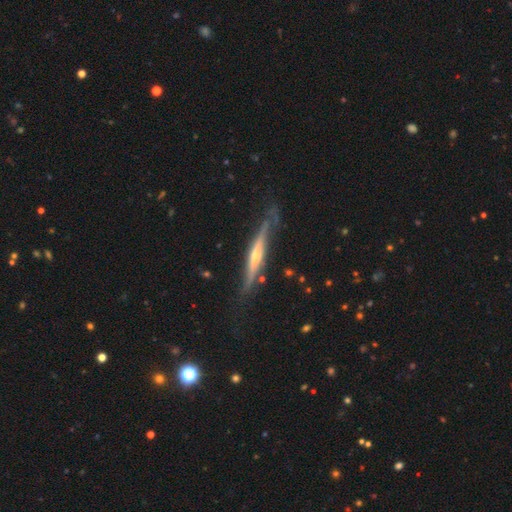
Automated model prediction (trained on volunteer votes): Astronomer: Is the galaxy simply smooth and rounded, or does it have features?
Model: featured or disk — 77%.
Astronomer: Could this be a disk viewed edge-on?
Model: yes — 93%.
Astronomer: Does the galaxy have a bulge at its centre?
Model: rounded — 76%.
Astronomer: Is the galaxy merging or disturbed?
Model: none — 66%.